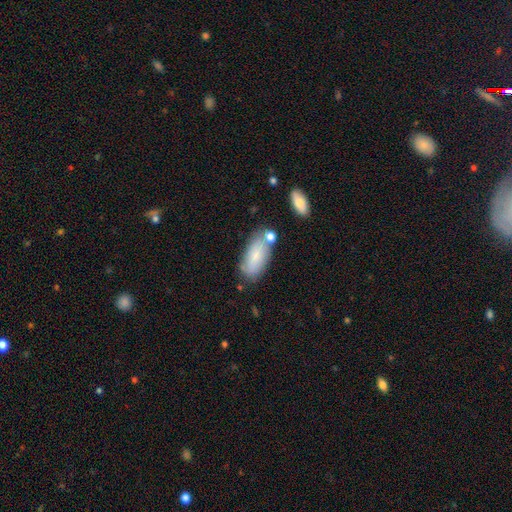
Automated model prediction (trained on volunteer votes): smooth_or_featured: smooth (p=0.75) [alt: featured or disk p=0.18]
how_rounded: in between (p=0.89) [alt: cigar-shaped p=0.08]
merging: none (p=0.63) [alt: minor disturbance p=0.20]